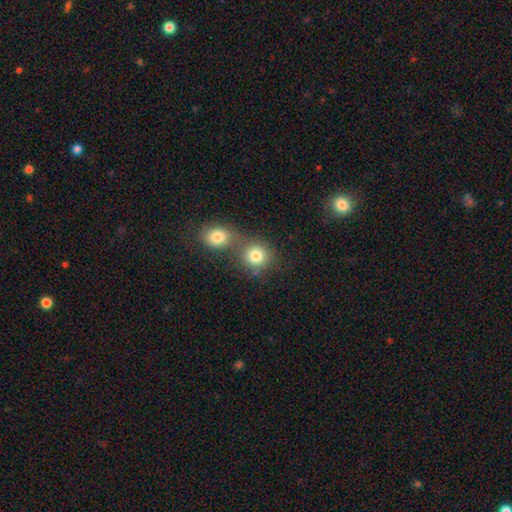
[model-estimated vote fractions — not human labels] The model was most divided on "merging": none: 46%, merger: 44%, minor disturbance: 6%, major disturbance: 3%. More confident: how rounded — round (85%); smooth or featured — smooth (80%).